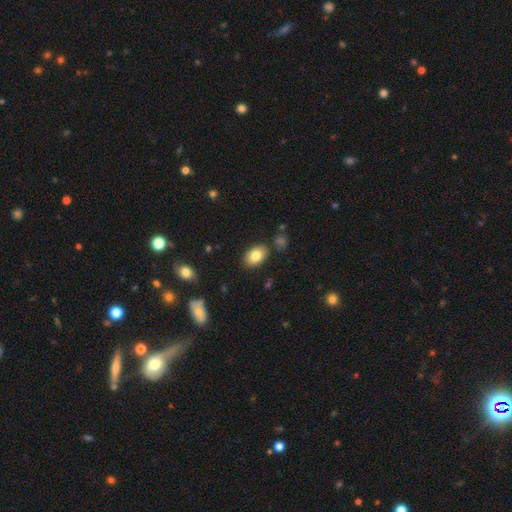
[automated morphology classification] smooth_or_featured: smooth (p=0.81) [alt: featured or disk p=0.11]
how_rounded: in between (p=0.88) [alt: round p=0.10]
merging: none (p=0.84) [alt: minor disturbance p=0.10]